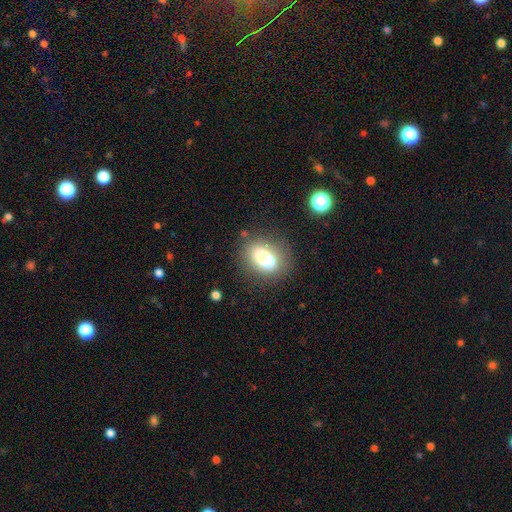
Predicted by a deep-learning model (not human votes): Morphology: type=smooth (67%); roundness=in between (66%); merging=none (65%).